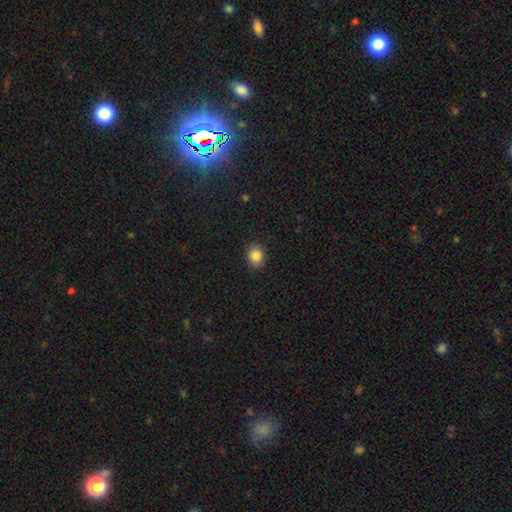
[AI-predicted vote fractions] Smooth or featured?
  - smooth: 87% *
  - star or artifact: 9%
  - featured or disk: 4%
How rounded?
  - round: 57% *
  - in between: 42%
  - cigar-shaped: 1%
Merging?
  - none: 89% *
  - minor disturbance: 8%
  - major disturbance: 2%
  - merger: 1%